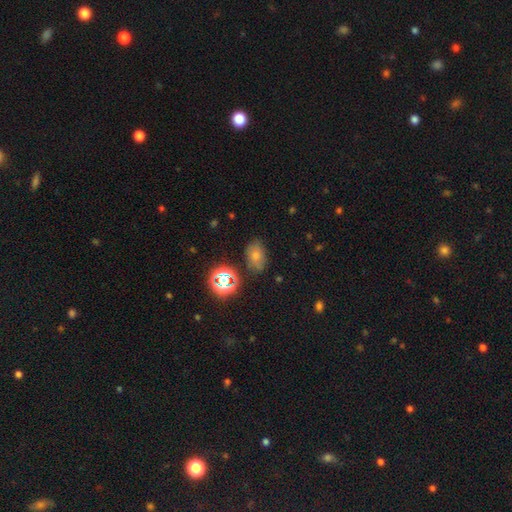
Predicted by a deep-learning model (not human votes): Smooth or featured?
  - smooth: 68% *
  - star or artifact: 20%
  - featured or disk: 13%
How rounded?
  - in between: 81% *
  - round: 18%
  - cigar-shaped: 2%
Merging?
  - none: 74% *
  - minor disturbance: 17%
  - major disturbance: 5%
  - merger: 4%